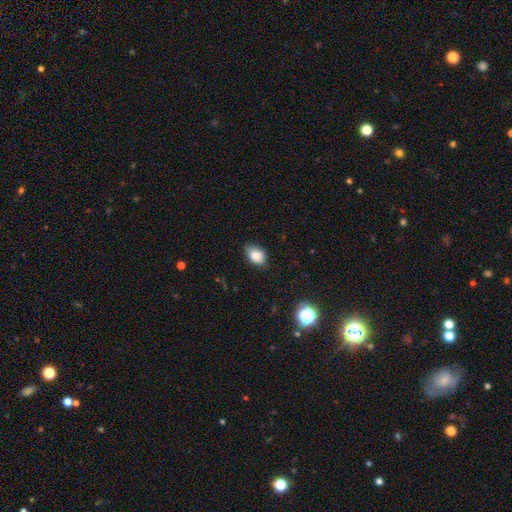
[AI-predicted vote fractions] The model was most divided on "merging": none: 73%, minor disturbance: 22%, major disturbance: 3%, merger: 1%. More confident: how rounded — in between (83%); smooth or featured — smooth (82%).